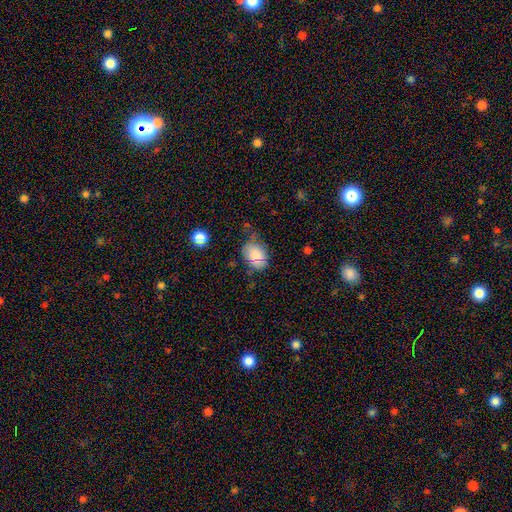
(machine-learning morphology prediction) type=smooth (81%); roundness=in between (75%); merging=none (52%).